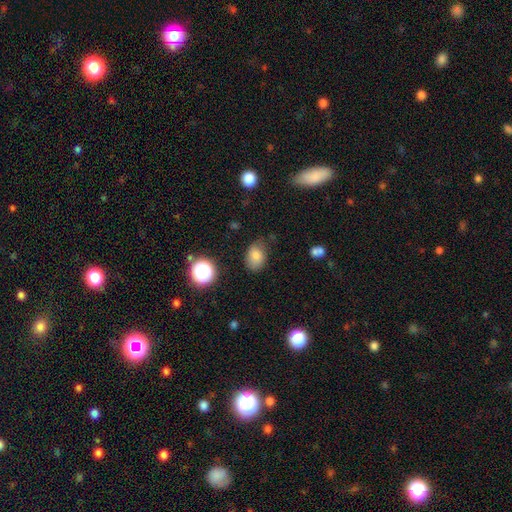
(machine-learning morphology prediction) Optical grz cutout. It shows a smooth galaxy with no disk features (80%) that is in between round and cigar-shaped (78%). Merging: none (70%).